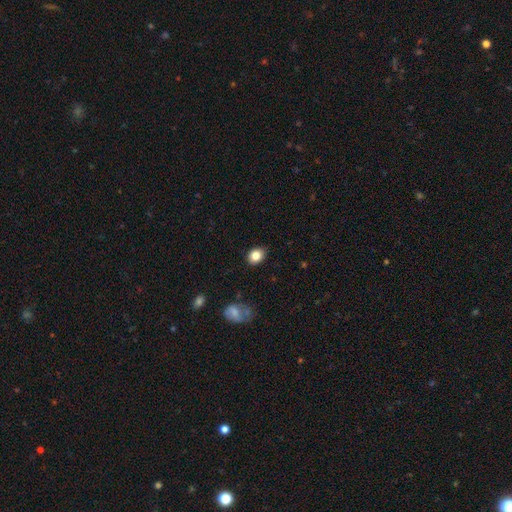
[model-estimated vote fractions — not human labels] smooth_or_featured: smooth (p=0.84) [alt: star or artifact p=0.09]
how_rounded: in between (p=0.59) [alt: round p=0.40]
merging: none (p=0.85) [alt: minor disturbance p=0.11]